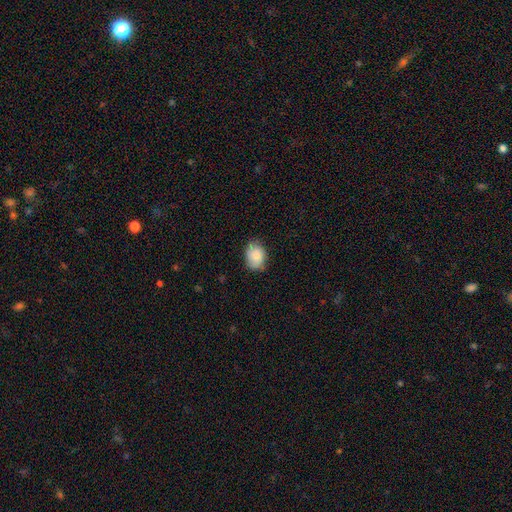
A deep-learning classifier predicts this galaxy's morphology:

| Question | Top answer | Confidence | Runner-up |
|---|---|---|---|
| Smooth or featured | smooth | 78% | featured or disk (15%) |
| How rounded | in between | 69% | round (30%) |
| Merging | none | 68% | minor disturbance (26%) |